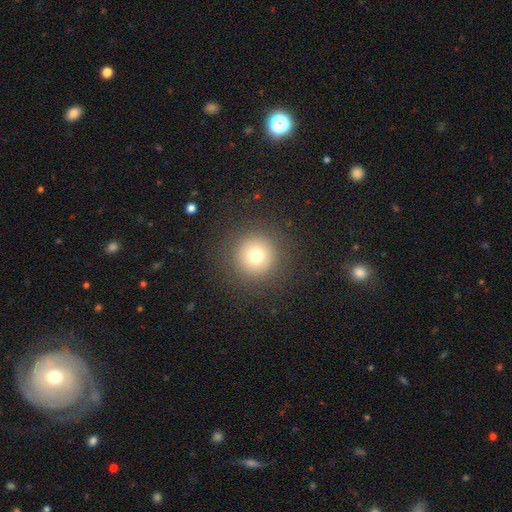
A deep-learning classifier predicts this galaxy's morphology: smooth 75%, star or artifact 14%, featured or disk 11%. Down the decision tree: how rounded — round (96%); merging — none (90%).